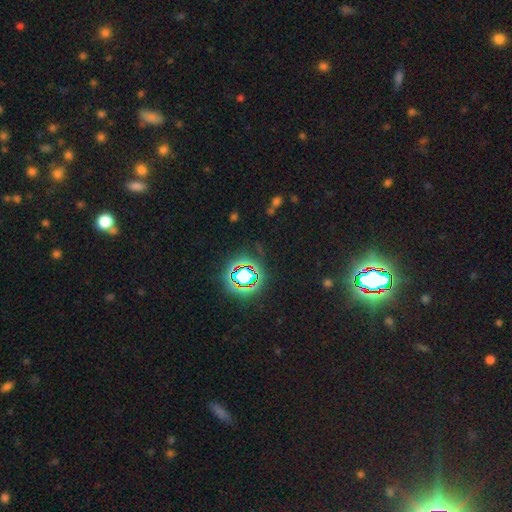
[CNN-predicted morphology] This is likely a star or artifact rather than a galaxy (79%).